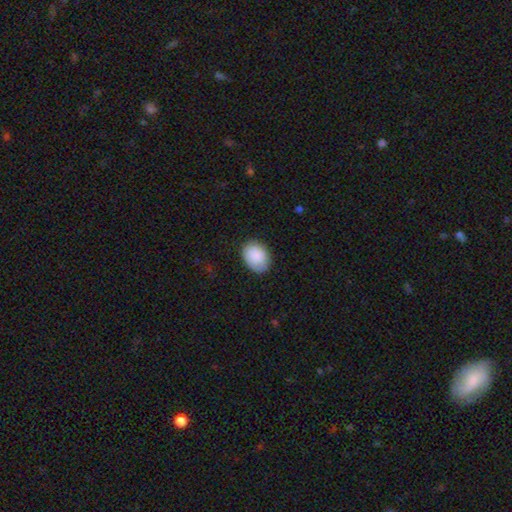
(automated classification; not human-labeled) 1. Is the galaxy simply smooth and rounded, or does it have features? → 88% smooth, 6% featured or disk, 6% star or artifact.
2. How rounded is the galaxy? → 73% in between, 27% round, 1% cigar-shaped.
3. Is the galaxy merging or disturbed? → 80% none, 16% minor disturbance, 3% major disturbance, 1% merger.